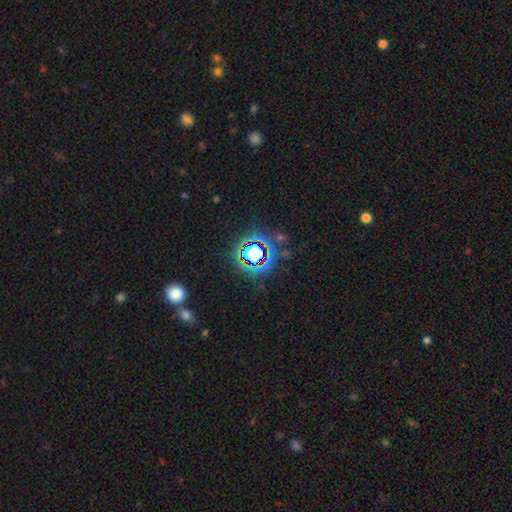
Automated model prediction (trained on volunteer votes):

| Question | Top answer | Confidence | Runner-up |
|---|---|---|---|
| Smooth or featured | star or artifact | 69% | smooth (20%) |